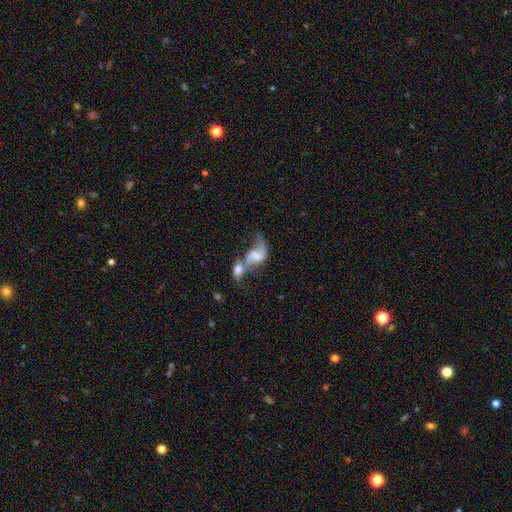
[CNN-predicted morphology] A featured or disk galaxy (68%) with no bar (43%), 2 (71%) loose (81%) spiral arms (86%) and no central bulge (30%).

Vote fractions:
- Smooth or featured? featured or disk: 68% / smooth: 23% / star or artifact: 8%
- Edge-on disk? no: 96% / yes: 4%
- Bar? no: 43% / weak: 41% / strong: 16%
- Spiral arms? yes: 86% / no: 14%
- Spiral winding? loose: 81% / medium: 16% / tight: 4%
- Spiral arm count? 2: 71% / 1: 23% / can't tell: 4% / 3: 1% / 4: 1% / more than 4: 1%
- Bulge size? none: 30% / small: 29% / moderate: 28% / large: 10% / dominant: 3%
- Merging? merger: 67% / none: 14% / major disturbance: 12% / minor disturbance: 7%